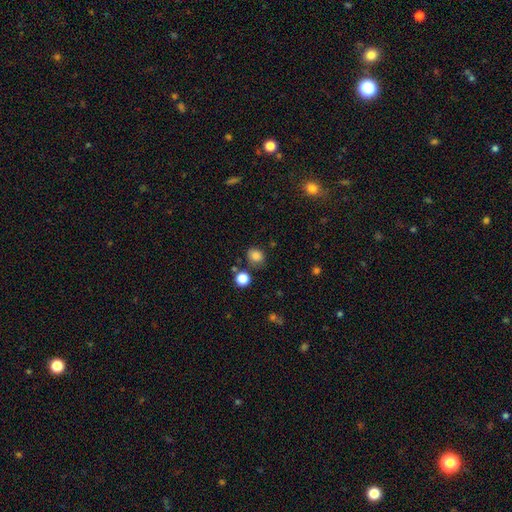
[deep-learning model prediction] smooth_or_featured: smooth (p=0.82) [alt: star or artifact p=0.12]
how_rounded: round (p=0.67) [alt: in between p=0.32]
merging: none (p=0.77) [alt: minor disturbance p=0.13]